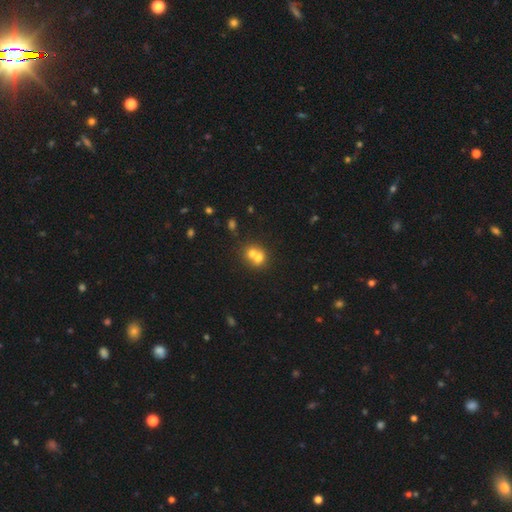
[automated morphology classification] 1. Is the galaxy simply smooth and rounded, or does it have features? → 66% smooth, 22% featured or disk, 12% star or artifact.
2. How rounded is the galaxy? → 74% round, 25% in between, 1% cigar-shaped.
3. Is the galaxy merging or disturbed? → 65% merger, 28% none, 5% minor disturbance, 3% major disturbance.